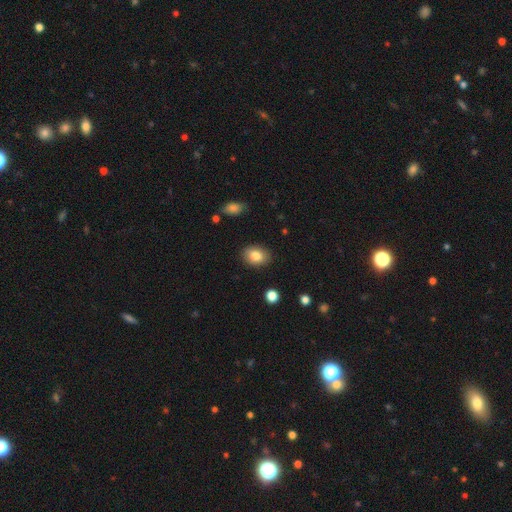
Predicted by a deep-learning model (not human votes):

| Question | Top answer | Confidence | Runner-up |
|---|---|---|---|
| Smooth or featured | smooth | 83% | featured or disk (9%) |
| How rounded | in between | 76% | round (23%) |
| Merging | none | 87% | minor disturbance (9%) |